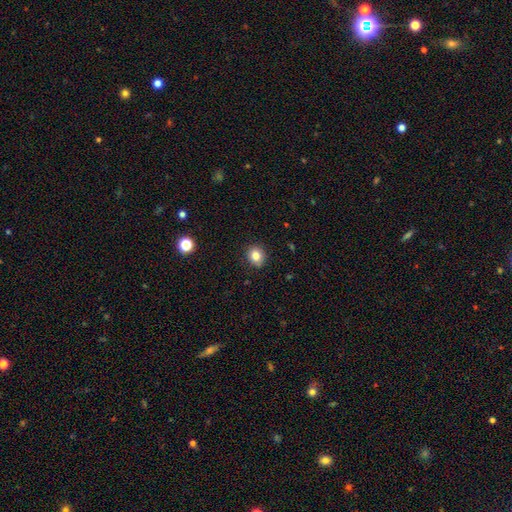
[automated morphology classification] A smooth galaxy with no disk features (82%) that is round (77%).

Vote fractions:
- Smooth or featured? smooth: 82% / star or artifact: 11% / featured or disk: 7%
- How rounded? round: 77% / in between: 23% / cigar-shaped: 1%
- Merging? none: 89% / minor disturbance: 8% / major disturbance: 2% / merger: 1%